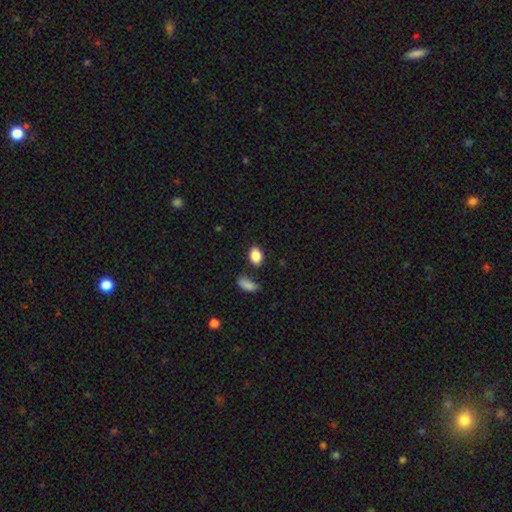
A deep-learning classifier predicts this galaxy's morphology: smooth_or_featured: smooth (p=0.87) [alt: star or artifact p=0.08]
how_rounded: in between (p=0.86) [alt: round p=0.13]
merging: none (p=0.80) [alt: minor disturbance p=0.11]